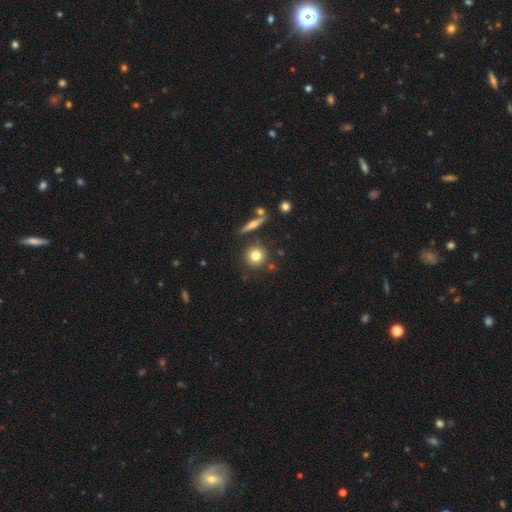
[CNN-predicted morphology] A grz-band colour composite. It shows a smooth galaxy with no disk features (77%) that is round (90%). Merging: none (82%).